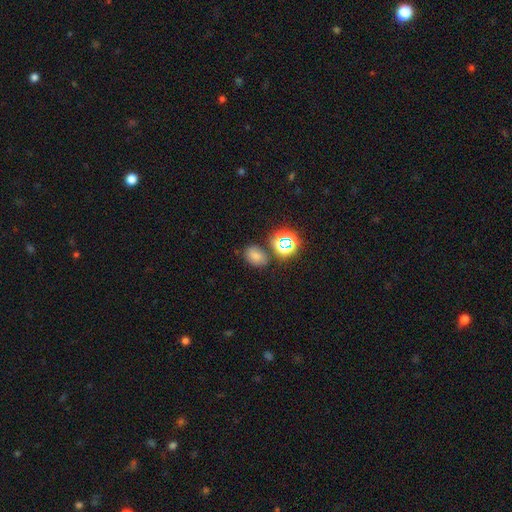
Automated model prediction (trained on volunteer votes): A smooth galaxy with no disk features (69%) that is in between round and cigar-shaped (71%).

Vote fractions:
- Smooth or featured? smooth: 69% / star or artifact: 23% / featured or disk: 8%
- How rounded? in between: 71% / round: 28% / cigar-shaped: 1%
- Merging? none: 75% / minor disturbance: 14% / merger: 8% / major disturbance: 4%